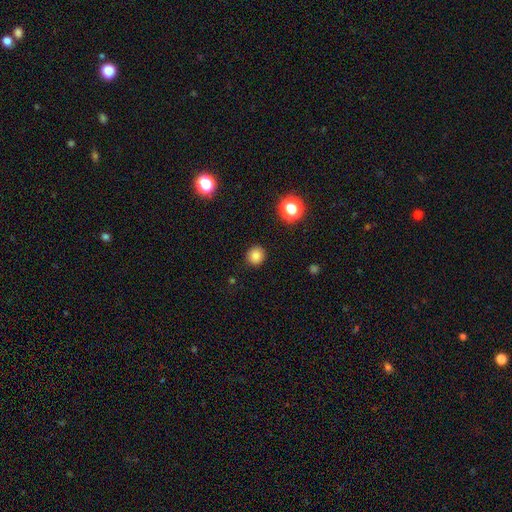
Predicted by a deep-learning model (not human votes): smooth-or-featured: smooth: 83% | star or artifact: 13% | featured or disk: 5%
  how-rounded: round: 89% | in between: 10% | cigar-shaped: 1%
  merging: none: 91% | minor disturbance: 6% | major disturbance: 2% | merger: 1%